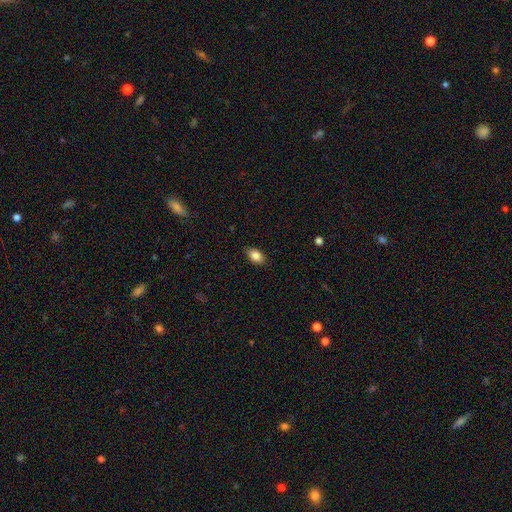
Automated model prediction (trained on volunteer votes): Smooth or featured? Predicted: smooth (p=0.86). How rounded? Predicted: in between (p=0.89). Merging? Predicted: none (p=0.87).